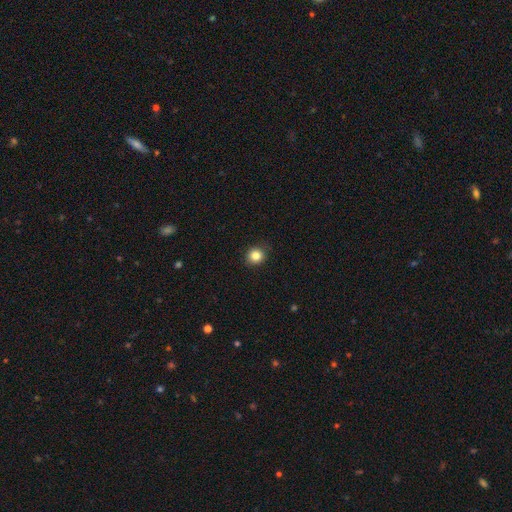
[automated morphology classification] Smooth or featured?
  - smooth: 84% *
  - star or artifact: 11%
  - featured or disk: 5%
How rounded?
  - round: 83% *
  - in between: 16%
  - cigar-shaped: 1%
Merging?
  - none: 87% *
  - minor disturbance: 10%
  - major disturbance: 2%
  - merger: 1%